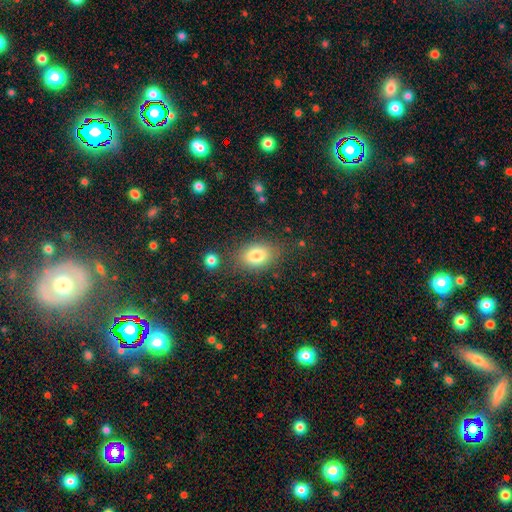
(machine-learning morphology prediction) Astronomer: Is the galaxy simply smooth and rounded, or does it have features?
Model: smooth — 81%.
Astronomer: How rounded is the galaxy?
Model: in between — 78%.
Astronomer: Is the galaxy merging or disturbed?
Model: none — 77%.